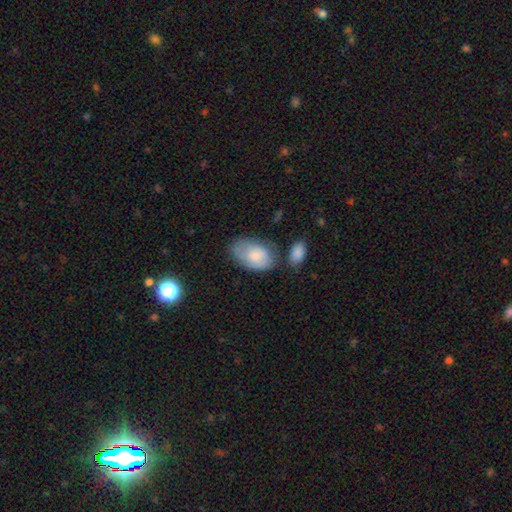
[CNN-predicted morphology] Smooth or featured? smooth (78%)
How rounded? in between (92%)
Merging? none (51%)